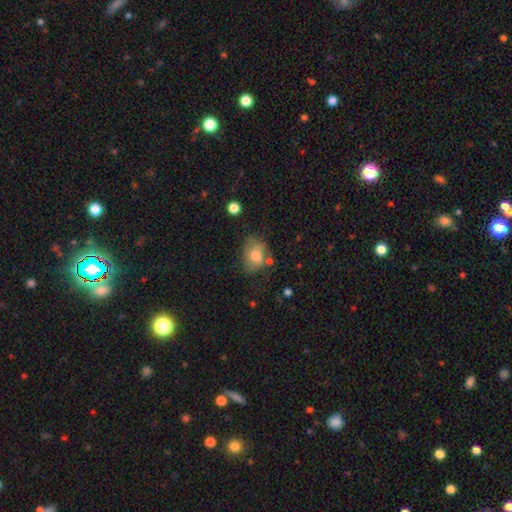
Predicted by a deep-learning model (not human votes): smooth 65%, featured or disk 26%, star or artifact 9%. Down the decision tree: how rounded — in between (69%); merging — none (49%).